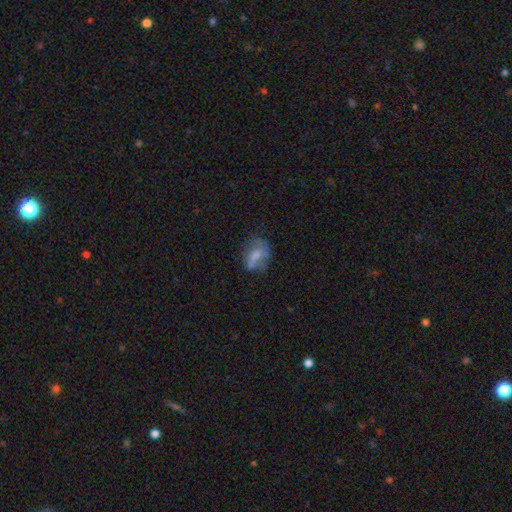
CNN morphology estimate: smooth-or-featured: smooth: 50% | featured or disk: 38% | star or artifact: 11%
  how-rounded: in between: 64% | round: 32% | cigar-shaped: 4%
  merging: none: 42% | major disturbance: 26% | minor disturbance: 26% | merger: 5%